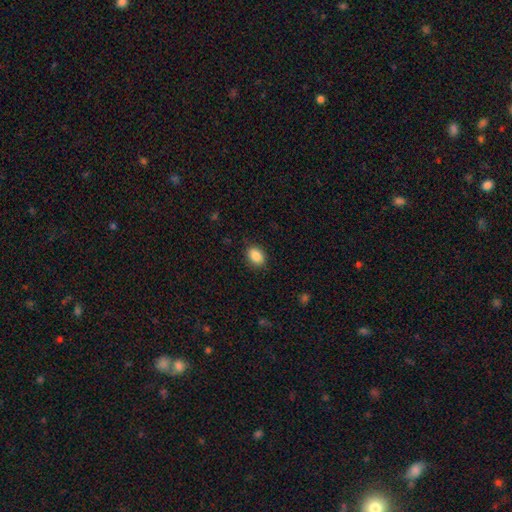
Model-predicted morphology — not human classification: Overall: smooth (88%). How rounded: in between (79%). Merging: none (86%).